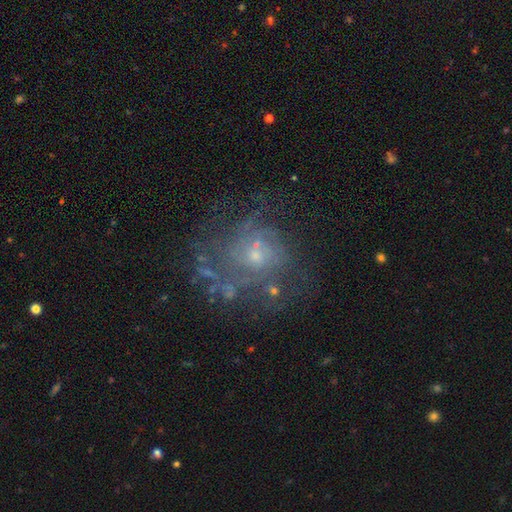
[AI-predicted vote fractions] smooth_or_featured: featured or disk (p=0.64) [alt: smooth p=0.20]
disk_edge_on: no (p=0.98) [alt: yes p=0.02]
bar: no (p=0.82) [alt: weak p=0.16]
has_spiral_arms: yes (p=0.62) [alt: no p=0.38]
bulge_size: small (p=0.69) [alt: moderate p=0.20]
merging: none (p=0.57) [alt: major disturbance p=0.19]